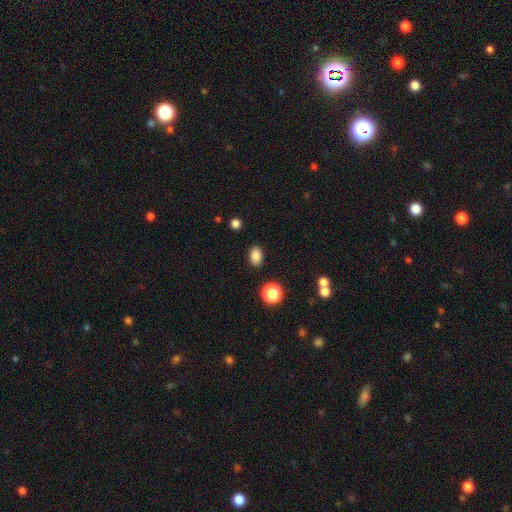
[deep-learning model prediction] Morphology: type=smooth (84%); roundness=in between (81%); merging=none (87%).